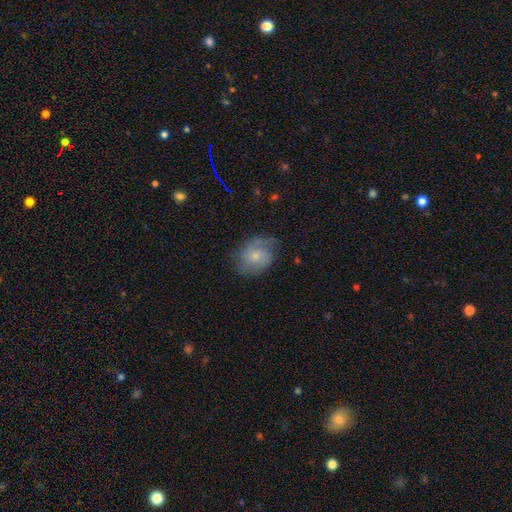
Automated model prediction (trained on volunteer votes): Smooth or featured? smooth (53%)
How rounded? round (51%)
Merging? none (60%)